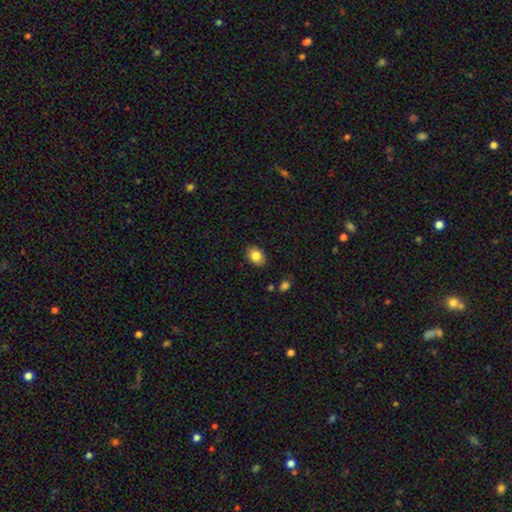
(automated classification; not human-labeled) smooth_or_featured: smooth (p=0.84) [alt: star or artifact p=0.08]
how_rounded: in between (p=0.70) [alt: round p=0.29]
merging: none (p=0.86) [alt: minor disturbance p=0.10]